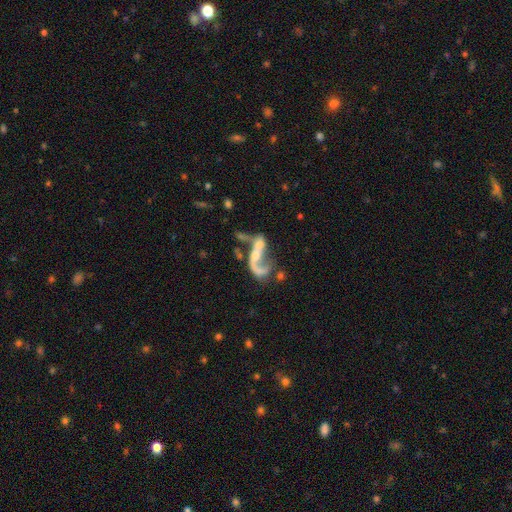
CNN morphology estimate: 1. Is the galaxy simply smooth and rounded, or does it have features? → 72% featured or disk, 18% smooth, 10% star or artifact.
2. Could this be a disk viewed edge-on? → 95% no, 5% yes.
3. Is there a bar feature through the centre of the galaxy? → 64% no, 25% weak, 11% strong.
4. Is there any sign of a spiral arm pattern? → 67% yes, 33% no.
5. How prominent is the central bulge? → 37% moderate, 32% small, 23% none, 7% large, 2% dominant.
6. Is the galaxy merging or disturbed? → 50% merger, 24% major disturbance, 17% none, 8% minor disturbance.